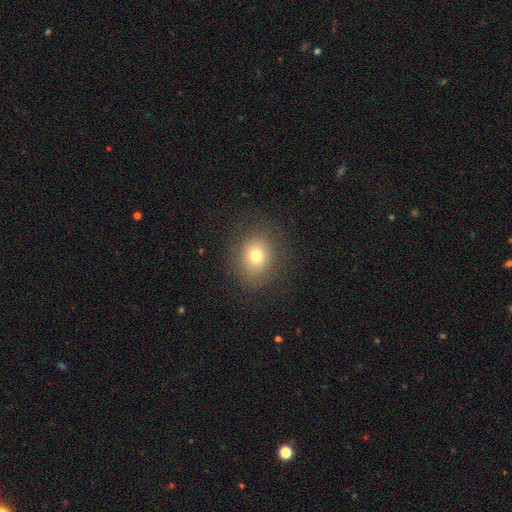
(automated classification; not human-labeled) Morphology: type=smooth (74%); roundness=round (70%); merging=none (83%).